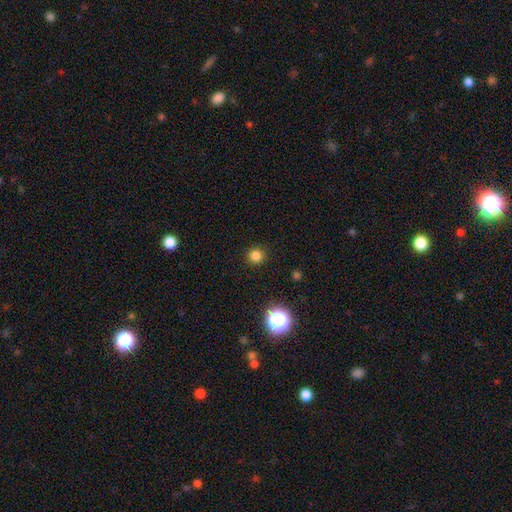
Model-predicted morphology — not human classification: Overall: smooth (81%). How rounded: round (94%). Merging: none (92%).